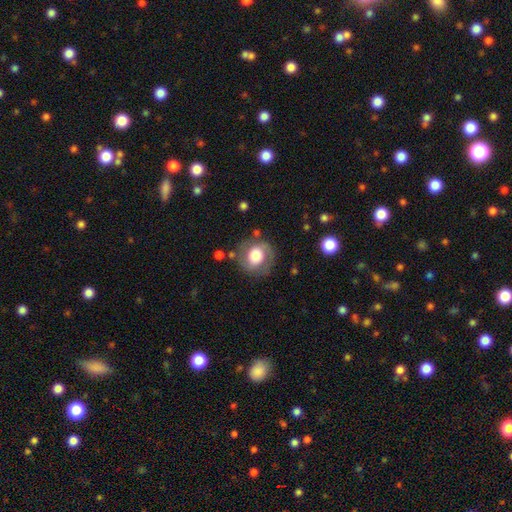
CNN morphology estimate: This is possibly a smooth galaxy (52%). How rounded: clearly round (81%). Merging: likely none (73%).